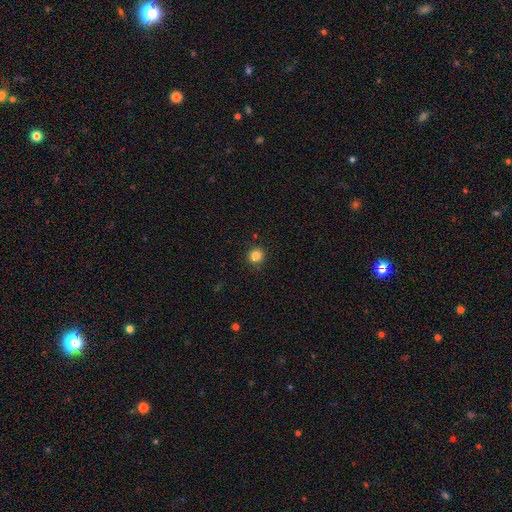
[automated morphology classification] This appears to be a smooth galaxy with no disk features (84%) that is round (93%). Merging: none (91%).